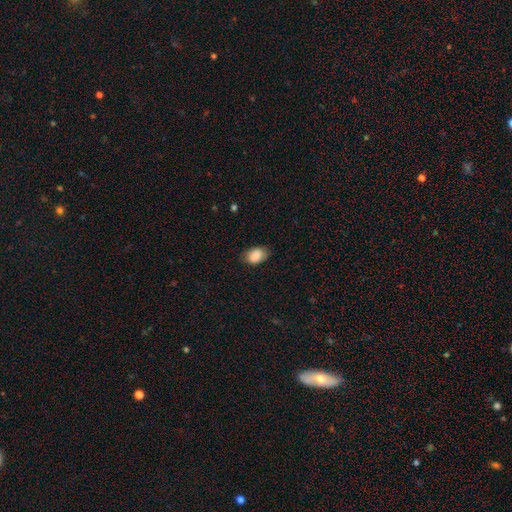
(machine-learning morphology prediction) This is clearly a smooth galaxy (87%). How rounded: clearly in between (83%). Merging: likely none (78%).